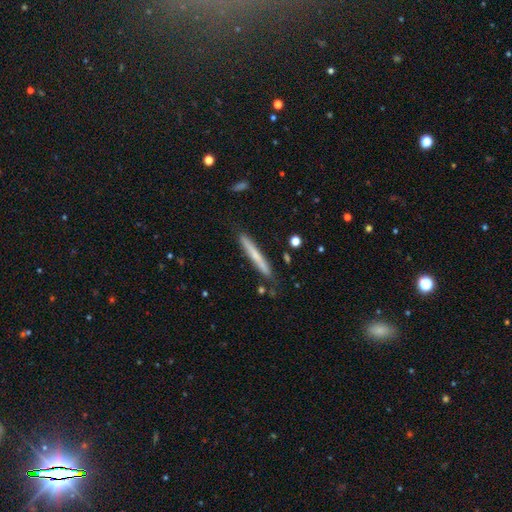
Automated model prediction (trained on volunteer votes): A smooth galaxy with no disk features (56%) that is cigar-shaped (96%).

Vote fractions:
- Smooth or featured? smooth: 56% / featured or disk: 38% / star or artifact: 6%
- How rounded? cigar-shaped: 96% / in between: 2% / round: 1%
- Merging? none: 84% / minor disturbance: 12% / merger: 2% / major disturbance: 2%